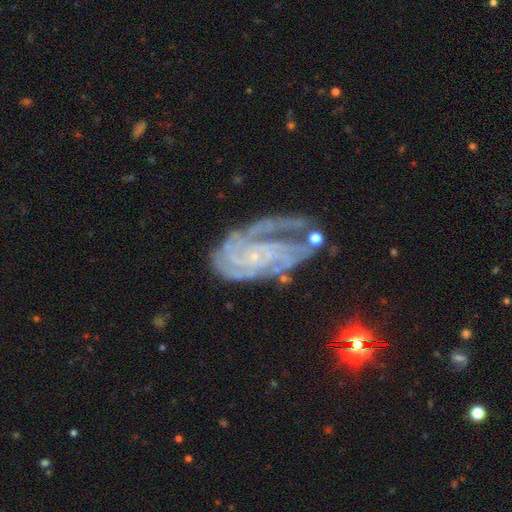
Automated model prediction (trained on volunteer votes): Overall: featured or disk (86%). Edge-on disk: no (96%). Bar: no (68%). Spiral arms: yes (97%). Spiral arm count: can't tell (24%, tied with 3). Spiral winding: tight (67%). Bulge size: small (81%). Merging: none (45%; minor disturbance 26%).